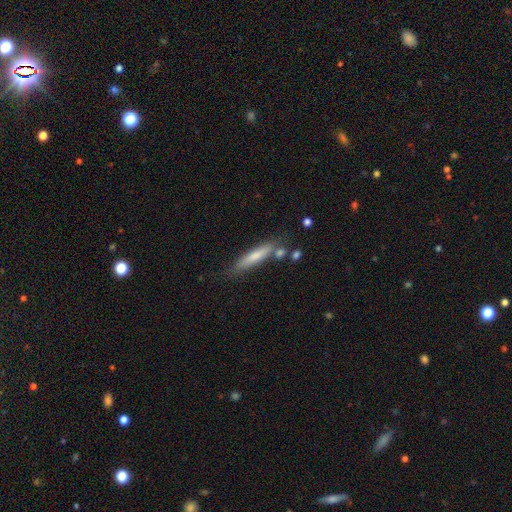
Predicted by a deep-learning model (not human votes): Q: Smooth or featured?
A: smooth (70%); runner-up: featured or disk (24%)
Q: How rounded?
A: cigar-shaped (88%); runner-up: in between (10%)
Q: Merging?
A: none (71%); runner-up: minor disturbance (16%)